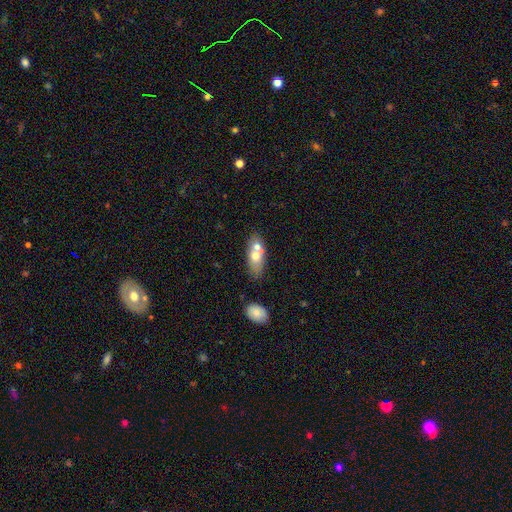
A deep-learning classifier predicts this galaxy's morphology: The model was most divided on "merging": none: 43%, merger: 41%, minor disturbance: 12%, major disturbance: 4%. More confident: how rounded — in between (77%); smooth or featured — smooth (63%).